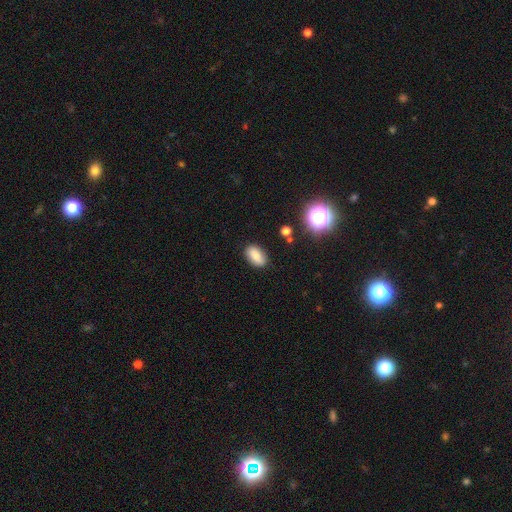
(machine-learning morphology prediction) Smooth or featured? Predicted: smooth (p=0.80). How rounded? Predicted: in between (p=0.89). Merging? Predicted: none (p=0.84).